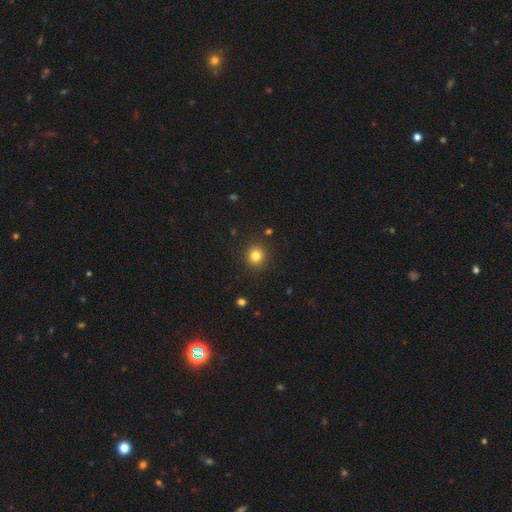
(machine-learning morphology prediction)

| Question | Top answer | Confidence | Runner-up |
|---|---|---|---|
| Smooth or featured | smooth | 81% | star or artifact (13%) |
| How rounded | round | 91% | in between (8%) |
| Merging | none | 91% | minor disturbance (6%) |